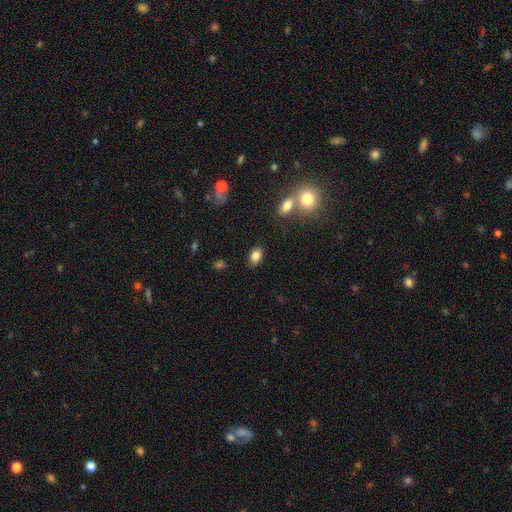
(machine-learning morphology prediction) Smooth or featured?
  - smooth: 83% *
  - star or artifact: 9%
  - featured or disk: 8%
How rounded?
  - in between: 86% *
  - round: 13%
  - cigar-shaped: 2%
Merging?
  - none: 85% *
  - minor disturbance: 10%
  - merger: 3%
  - major disturbance: 3%